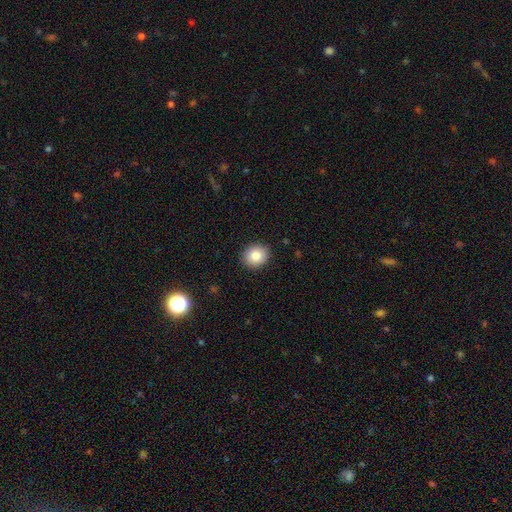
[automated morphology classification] Smooth or featured? smooth (85%)
How rounded? round (75%)
Merging? none (90%)